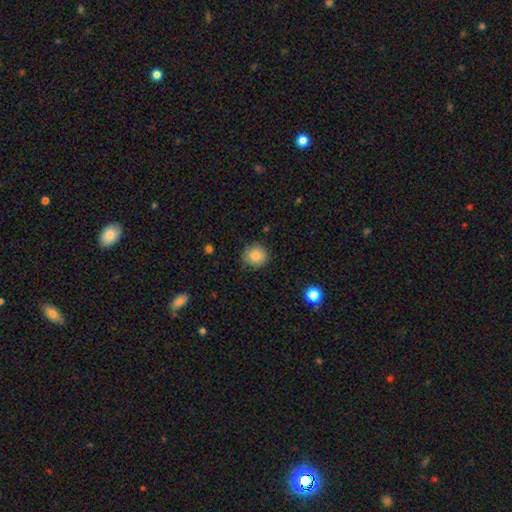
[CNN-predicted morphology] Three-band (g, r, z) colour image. It shows a smooth galaxy with no disk features (85%) that is round (91%). Merging: none (86%).